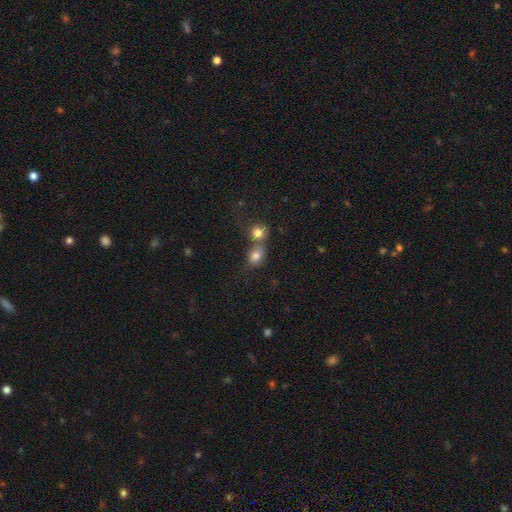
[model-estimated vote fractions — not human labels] This is clearly a smooth galaxy (80%). How rounded: possibly round (56%). Merging: possibly merger (51%).